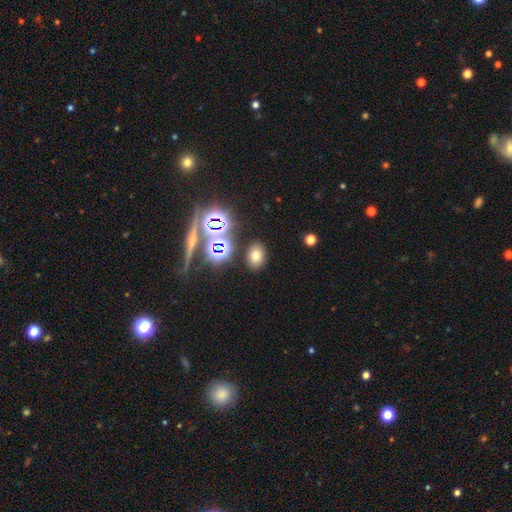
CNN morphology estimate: The model was most divided on "smooth or featured": smooth: 67%, star or artifact: 23%, featured or disk: 10%. More confident: merging — none (87%); how rounded — in between (72%).